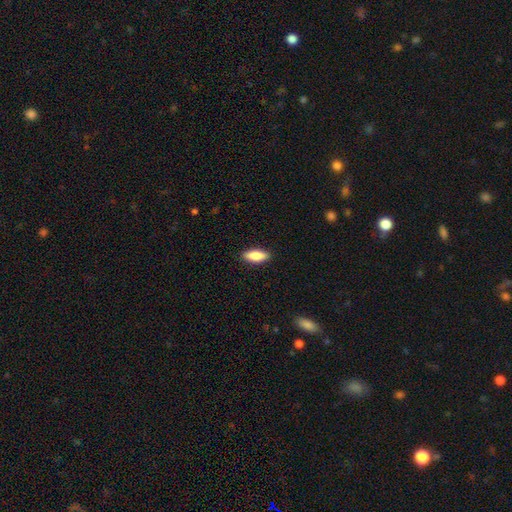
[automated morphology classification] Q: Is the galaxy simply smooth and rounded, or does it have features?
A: smooth — 79%.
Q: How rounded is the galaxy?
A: in between — 74%.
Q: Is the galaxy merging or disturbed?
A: none — 90%.